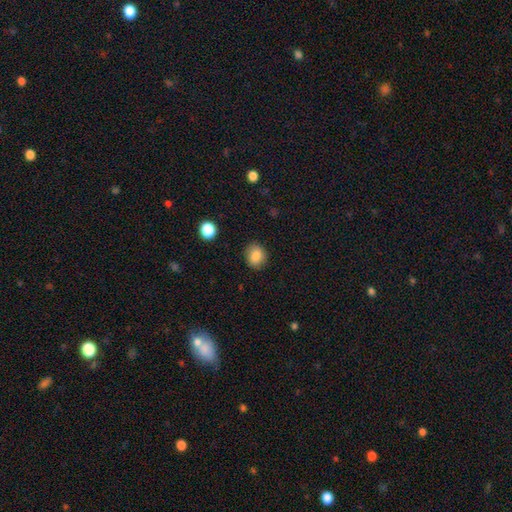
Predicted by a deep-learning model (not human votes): This appears to be a smooth galaxy with no disk features (85%) that is round (63%). Merging: none (87%).